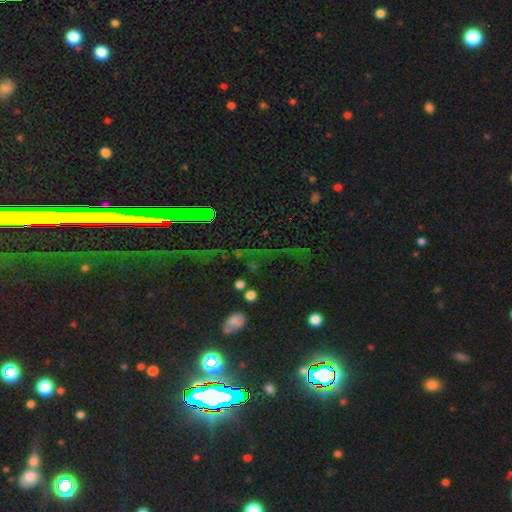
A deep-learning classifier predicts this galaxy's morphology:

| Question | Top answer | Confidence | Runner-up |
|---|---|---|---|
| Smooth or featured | star or artifact | 67% | smooth (18%) |